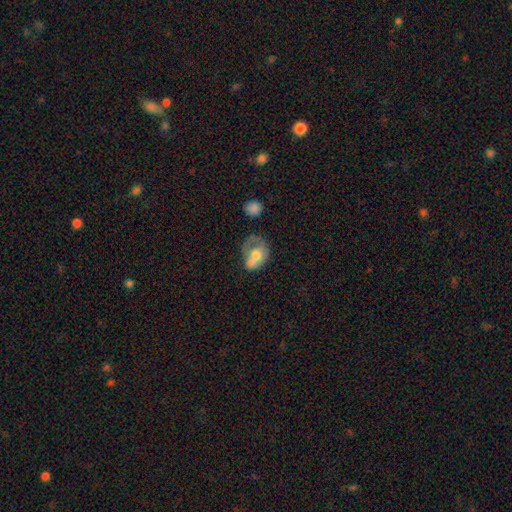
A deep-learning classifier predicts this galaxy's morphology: A smooth galaxy with no disk features (54%) that is in between round and cigar-shaped (60%).

Vote fractions:
- Smooth or featured? smooth: 54% / featured or disk: 37% / star or artifact: 8%
- How rounded? in between: 60% / round: 39% / cigar-shaped: 1%
- Merging? merger: 28% / major disturbance: 25% / none: 25% / minor disturbance: 22%